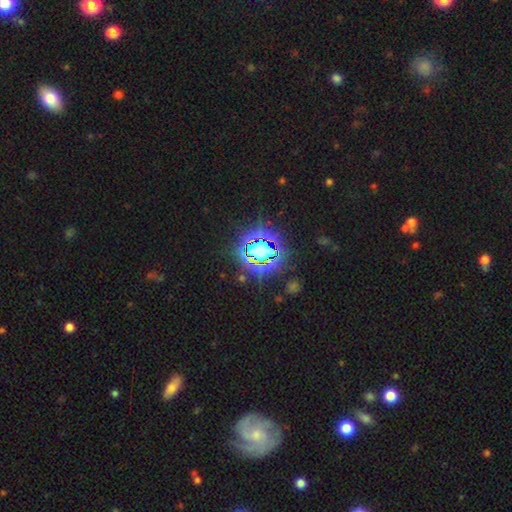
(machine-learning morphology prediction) smooth_or_featured: star or artifact (p=0.78) [alt: smooth p=0.13]